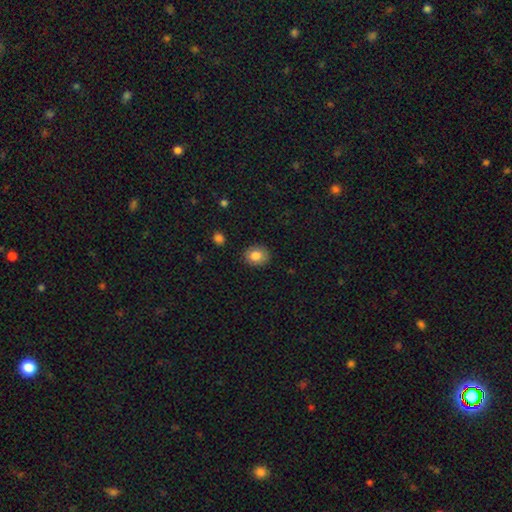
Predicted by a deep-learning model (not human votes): The model was most divided on "how rounded": round: 53%, in between: 46%, cigar-shaped: 1%. More confident: merging — none (87%); smooth or featured — smooth (83%).